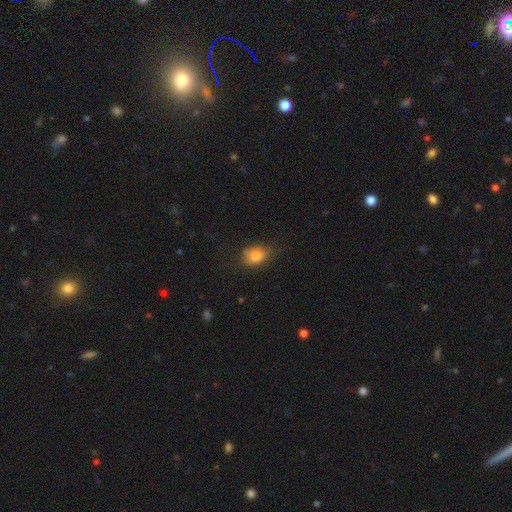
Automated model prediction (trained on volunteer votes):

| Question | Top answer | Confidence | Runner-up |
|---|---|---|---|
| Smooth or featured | smooth | 82% | star or artifact (10%) |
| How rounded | in between | 68% | round (30%) |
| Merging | none | 63% | minor disturbance (27%) |